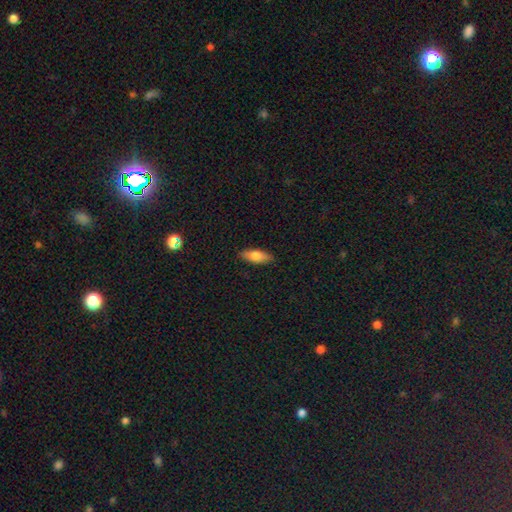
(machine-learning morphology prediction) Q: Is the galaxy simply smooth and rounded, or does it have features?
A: smooth — 73%.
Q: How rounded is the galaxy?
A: in between — 73%.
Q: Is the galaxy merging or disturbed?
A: none — 88%.